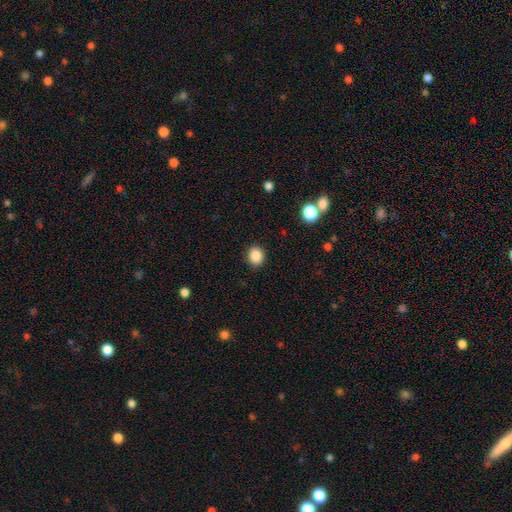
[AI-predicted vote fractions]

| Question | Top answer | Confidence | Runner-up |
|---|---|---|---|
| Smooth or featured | smooth | 87% | star or artifact (10%) |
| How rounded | round | 74% | in between (25%) |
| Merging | none | 90% | minor disturbance (6%) |